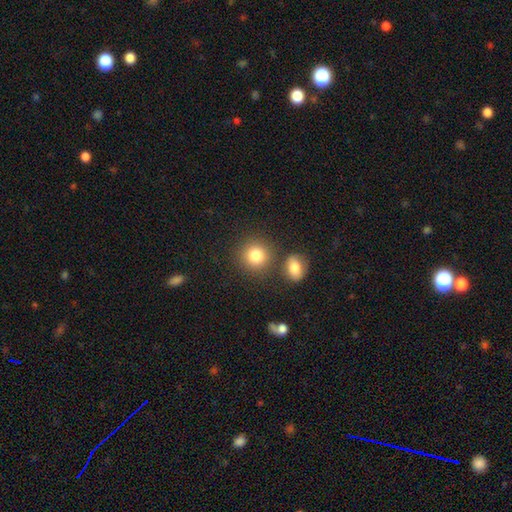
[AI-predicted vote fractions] Overall: smooth (83%). How rounded: round (88%). Merging: none (75%).